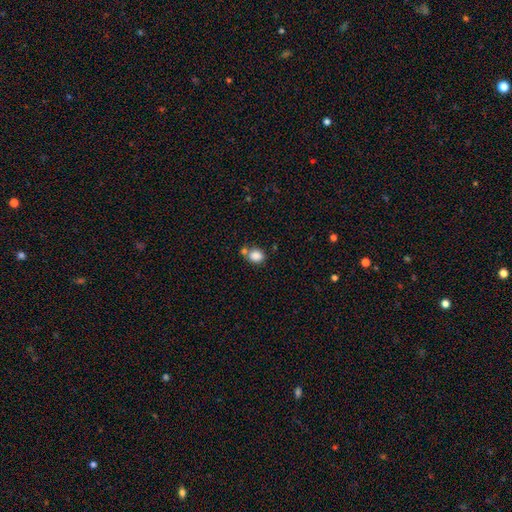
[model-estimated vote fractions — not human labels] Q: Smooth or featured?
A: smooth (85%); runner-up: star or artifact (10%)
Q: How rounded?
A: round (55%); runner-up: in between (44%)
Q: Merging?
A: none (56%); runner-up: merger (27%)